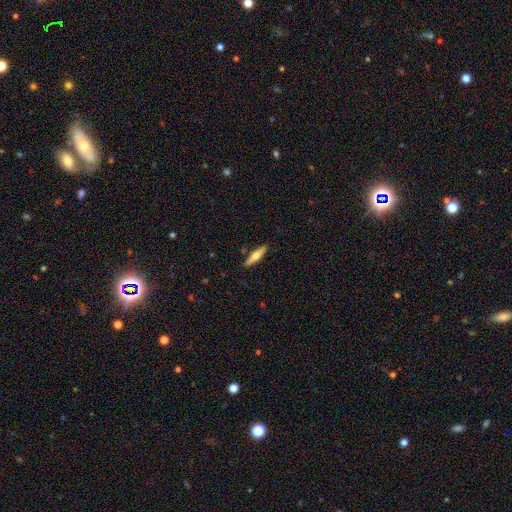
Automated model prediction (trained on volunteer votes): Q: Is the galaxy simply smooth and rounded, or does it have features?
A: smooth — 51%.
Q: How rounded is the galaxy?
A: cigar-shaped — 75%.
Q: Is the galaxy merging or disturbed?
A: none — 89%.